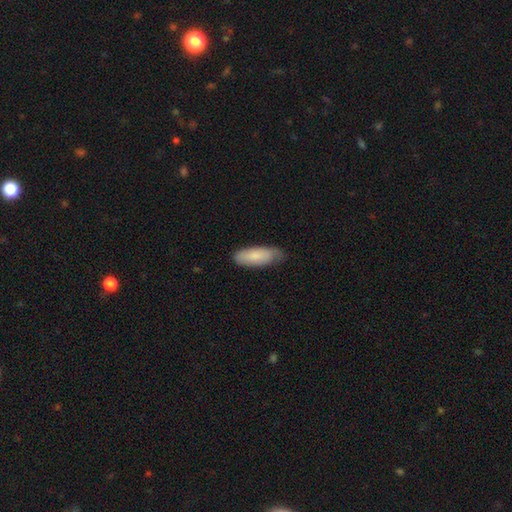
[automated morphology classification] Smooth or featured: smooth — 81% (featured or disk — 14%)
How rounded: in between — 69% (cigar-shaped — 29%)
Merging: none — 71% (minor disturbance — 25%)